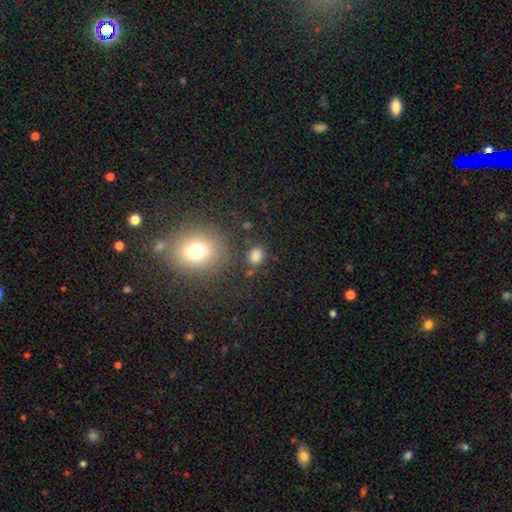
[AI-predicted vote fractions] This is likely a smooth galaxy (80%). How rounded: possibly round (56%). Merging: likely none (78%).